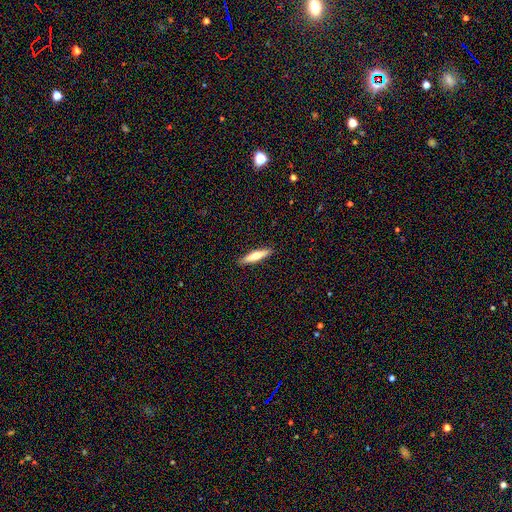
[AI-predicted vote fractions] A smooth galaxy with no disk features (60%) that is cigar-shaped (85%).

Vote fractions:
- Smooth or featured? smooth: 60% / featured or disk: 35% / star or artifact: 6%
- How rounded? cigar-shaped: 85% / in between: 13% / round: 1%
- Merging? none: 91% / minor disturbance: 7% / major disturbance: 1% / merger: 1%